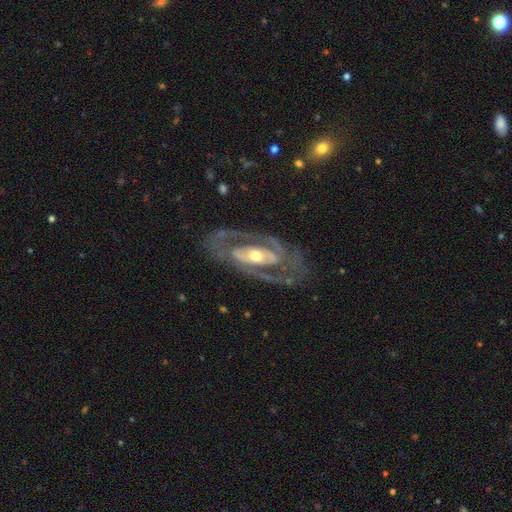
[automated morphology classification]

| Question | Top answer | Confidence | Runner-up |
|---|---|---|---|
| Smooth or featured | featured or disk | 87% | smooth (8%) |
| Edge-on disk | no | 92% | yes (8%) |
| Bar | no | 39% | strong (32%) |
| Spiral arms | yes | 81% | no (19%) |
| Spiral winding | medium | 45% | tight (40%) |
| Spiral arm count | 2 | 81% | can't tell (10%) |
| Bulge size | moderate | 59% | small (32%) |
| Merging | none | 76% | minor disturbance (13%) |